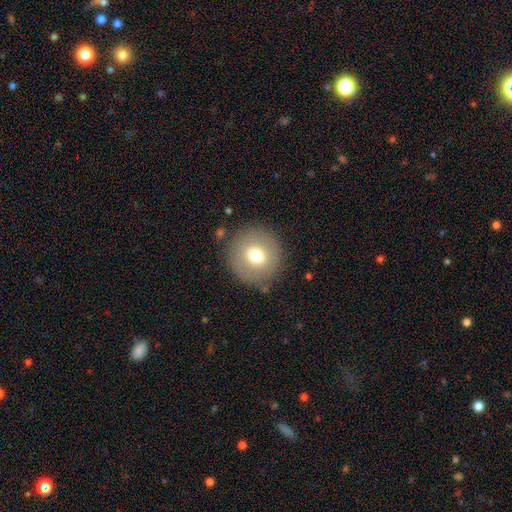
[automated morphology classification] type=smooth (69%); roundness=round (94%); merging=none (86%).